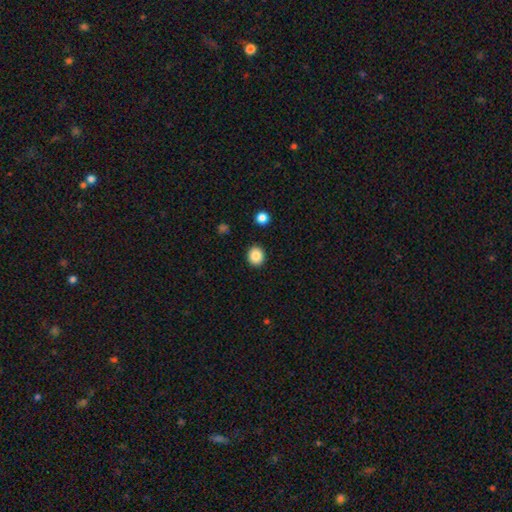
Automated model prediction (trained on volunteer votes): Smooth or featured: smooth — 86% (star or artifact — 9%)
How rounded: round — 79% (in between — 20%)
Merging: none — 91% (minor disturbance — 6%)